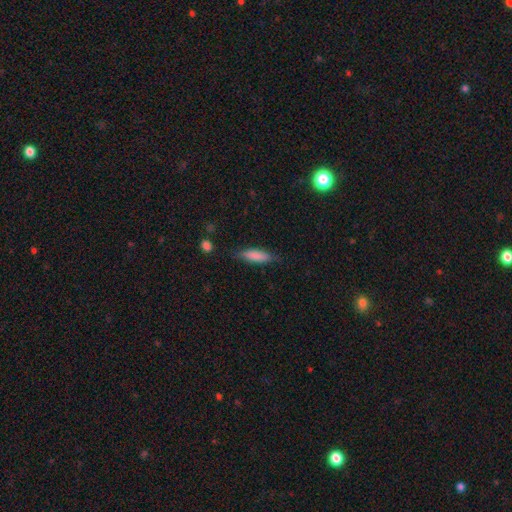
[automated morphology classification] Smooth or featured?
  - smooth: 83% *
  - featured or disk: 11%
  - star or artifact: 6%
How rounded?
  - cigar-shaped: 55% *
  - in between: 43%
  - round: 2%
Merging?
  - none: 77% *
  - minor disturbance: 17%
  - major disturbance: 4%
  - merger: 2%